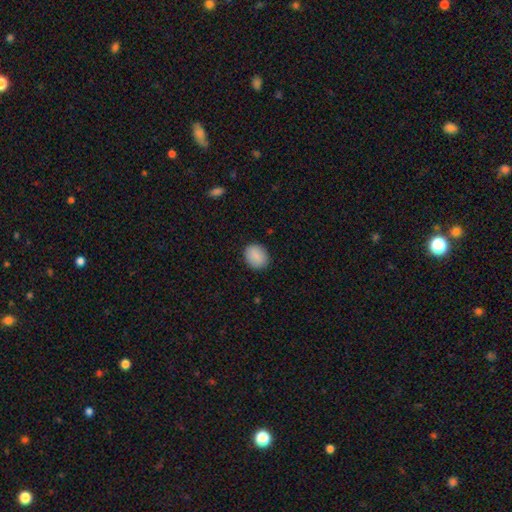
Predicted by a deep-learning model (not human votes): smooth_or_featured: smooth (p=0.88) [alt: star or artifact p=0.07]
how_rounded: round (p=0.60) [alt: in between p=0.39]
merging: none (p=0.87) [alt: minor disturbance p=0.09]